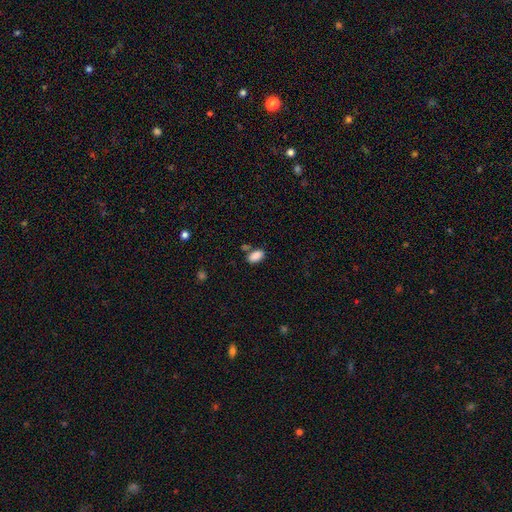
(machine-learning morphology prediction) Smooth or featured: smooth — 87% (star or artifact — 9%)
How rounded: in between — 92% (round — 6%)
Merging: none — 68% (minor disturbance — 14%)